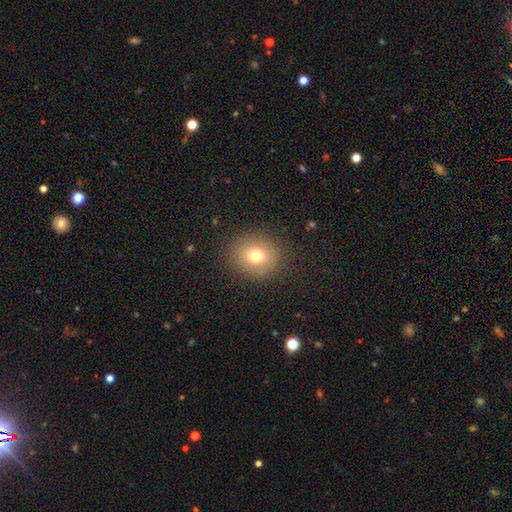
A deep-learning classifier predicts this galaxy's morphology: Q: Smooth or featured?
A: smooth (73%); runner-up: star or artifact (14%)
Q: How rounded?
A: round (75%); runner-up: in between (24%)
Q: Merging?
A: none (87%); runner-up: minor disturbance (8%)